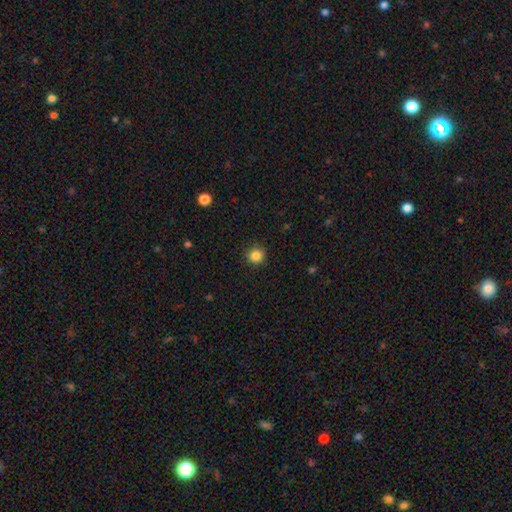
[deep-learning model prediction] smooth_or_featured: smooth (p=0.85) [alt: star or artifact p=0.11]
how_rounded: round (p=0.94) [alt: in between p=0.05]
merging: none (p=0.90) [alt: minor disturbance p=0.07]